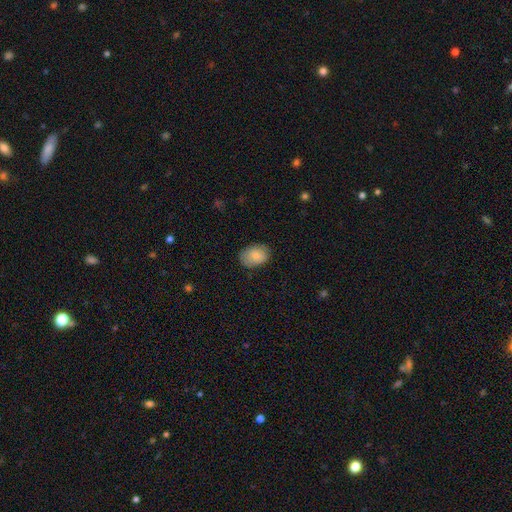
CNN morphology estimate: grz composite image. It shows a smooth galaxy with no disk features (82%) that is in between round and cigar-shaped (78%). Merging: none (80%).